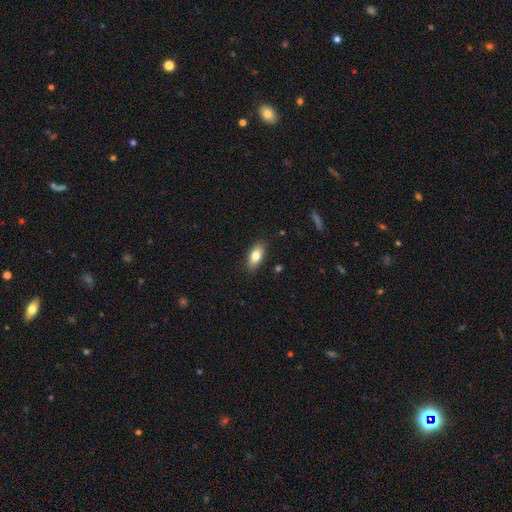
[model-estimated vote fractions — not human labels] This is likely a smooth galaxy (79%). How rounded: clearly in between (83%). Merging: clearly none (87%).